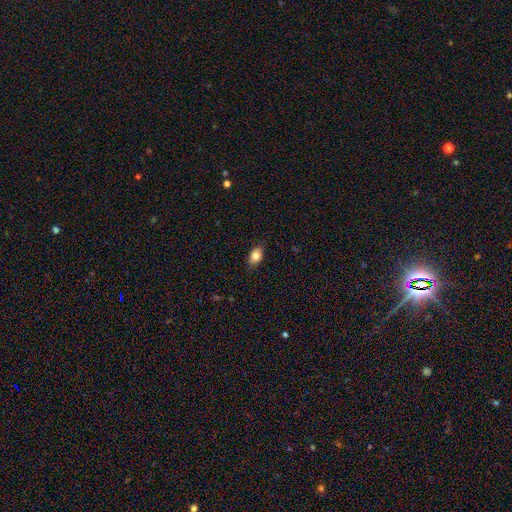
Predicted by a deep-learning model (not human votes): This appears to be a smooth galaxy with no disk features (83%) that is in between round and cigar-shaped (83%). Merging: none (84%).